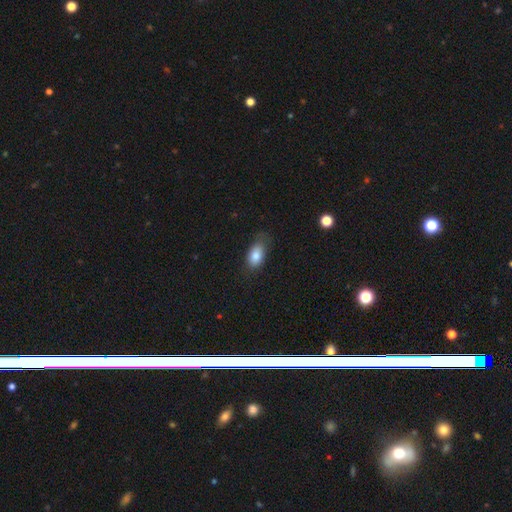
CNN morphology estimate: Overall: smooth (83%). How rounded: in between (89%). Merging: none (62%; minor disturbance 28%).